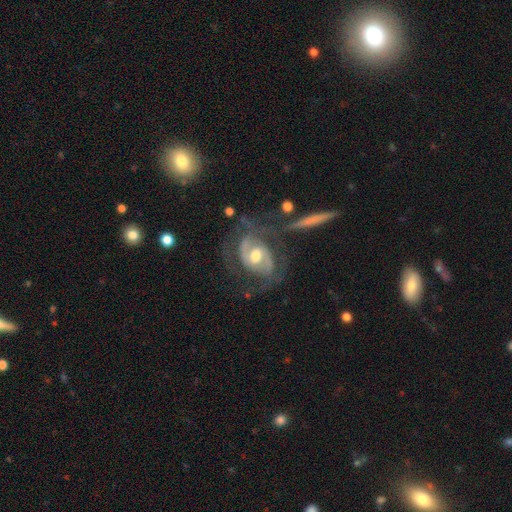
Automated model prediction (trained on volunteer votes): smooth-or-featured: featured or disk: 86% | smooth: 9% | star or artifact: 5%
  disk-edge-on: no: 96% | yes: 4%
    bar: weak: 45% | no: 37% | strong: 18%
    has-spiral-arms: yes: 92% | no: 8%
      spiral-winding: medium: 45% | tight: 39% | loose: 15%
      spiral-arm-count: 2: 68% | can't tell: 14% | 3: 8% | 1: 4% | 4: 3% | more than 4: 3%
    bulge-size: moderate: 74% | small: 12% | large: 12% | none: 1% | dominant: 1%
  merging: none: 56% | major disturbance: 19% | minor disturbance: 18% | merger: 6%